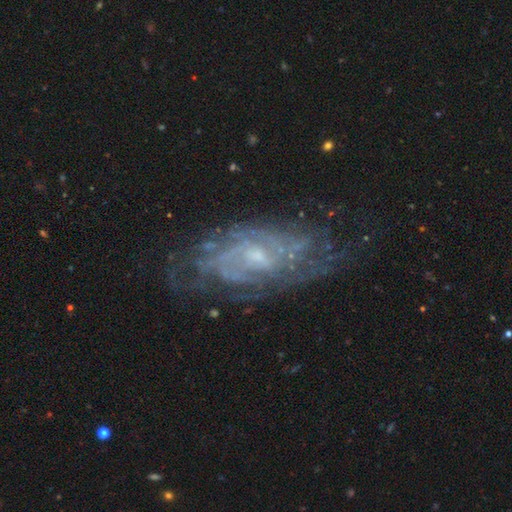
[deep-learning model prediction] The model was most divided on "bar": no: 53%, weak: 38%, strong: 8%. More confident: edge-on disk — no (93%); spiral arms — yes (90%); smooth or featured — featured or disk (81%); merging — none (70%); bulge size — small (62%); spiral winding — tight (60%); spiral arm count — can't tell (50%).